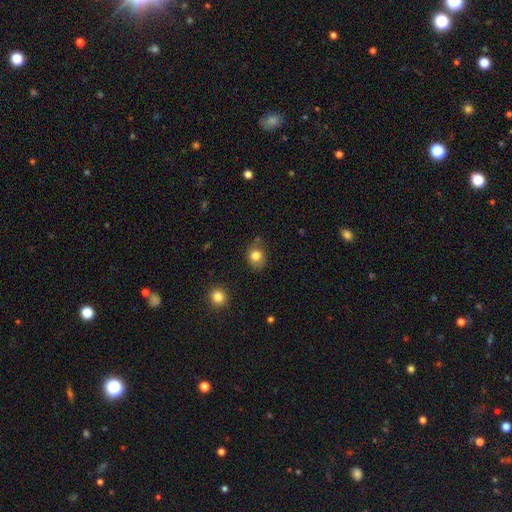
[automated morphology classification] Smooth or featured? smooth (82%)
How rounded? round (60%)
Merging? none (74%)